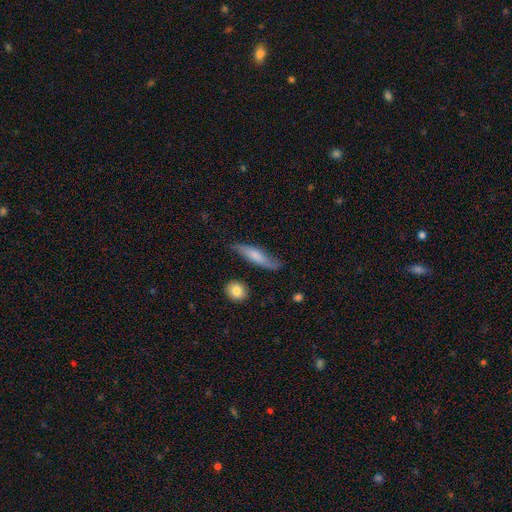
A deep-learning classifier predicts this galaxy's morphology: A smooth galaxy with no disk features (58%) that is cigar-shaped (66%).

Vote fractions:
- Smooth or featured? smooth: 58% / featured or disk: 36% / star or artifact: 6%
- How rounded? cigar-shaped: 66% / in between: 31% / round: 3%
- Merging? none: 67% / minor disturbance: 24% / major disturbance: 6% / merger: 3%